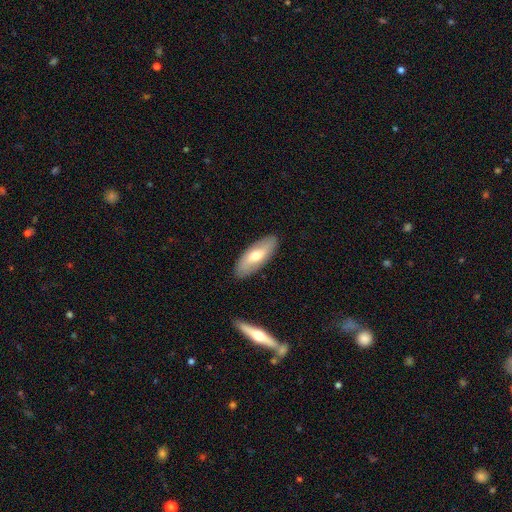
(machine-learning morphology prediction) This appears to be a smooth galaxy with no disk features (58%) that is in between round and cigar-shaped (77%). Merging: none (87%).